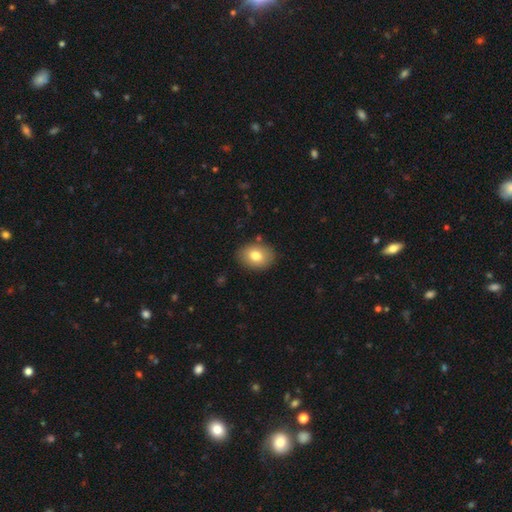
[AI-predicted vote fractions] smooth 79%, featured or disk 13%, star or artifact 8%. Down the decision tree: how rounded — in between (67%); merging — none (86%).